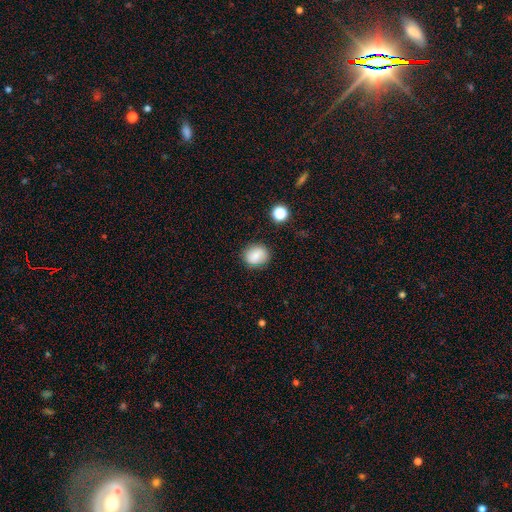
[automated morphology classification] A smooth galaxy with no disk features (81%) that is round (64%). Merging: none (82%).